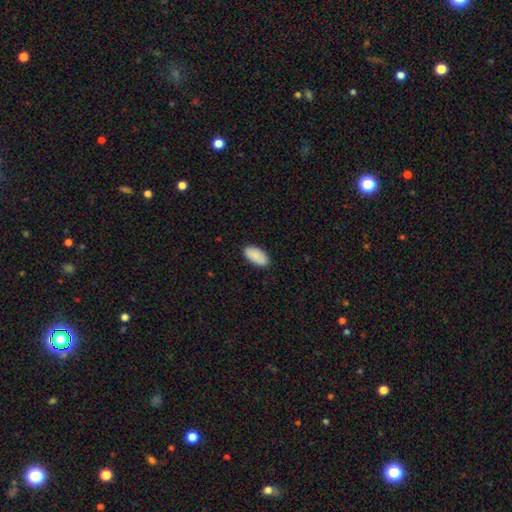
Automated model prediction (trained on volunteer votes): A smooth galaxy with no disk features (89%) that is in between round and cigar-shaped (95%).

Vote fractions:
- Smooth or featured? smooth: 89% / star or artifact: 6% / featured or disk: 5%
- How rounded? in between: 95% / cigar-shaped: 3% / round: 2%
- Merging? none: 88% / minor disturbance: 10% / major disturbance: 2% / merger: 1%